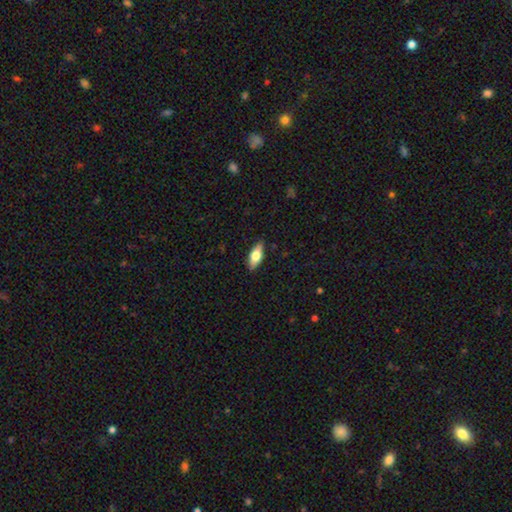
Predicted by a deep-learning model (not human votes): Overall: smooth (66%; featured or disk 28%). How rounded: in between (79%). Merging: none (87%).